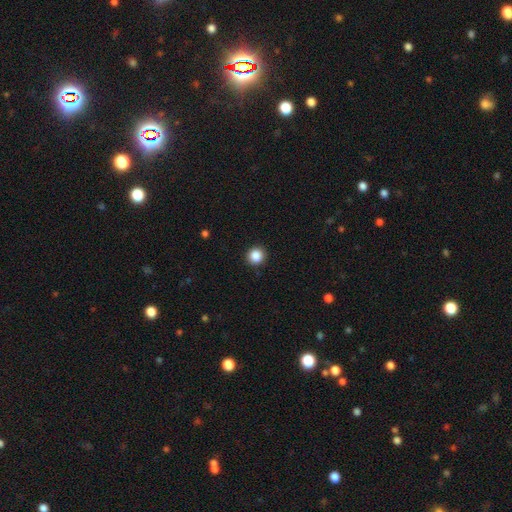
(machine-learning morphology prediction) type=smooth (87%); roundness=round (94%); merging=none (93%).